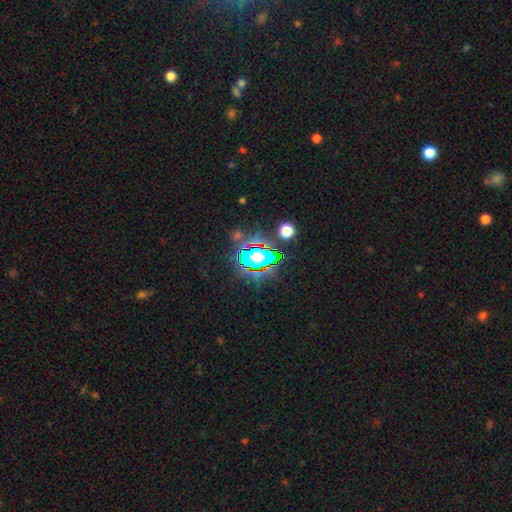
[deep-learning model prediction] The model was most divided on "smooth or featured": star or artifact: 80%, smooth: 12%, featured or disk: 8%.